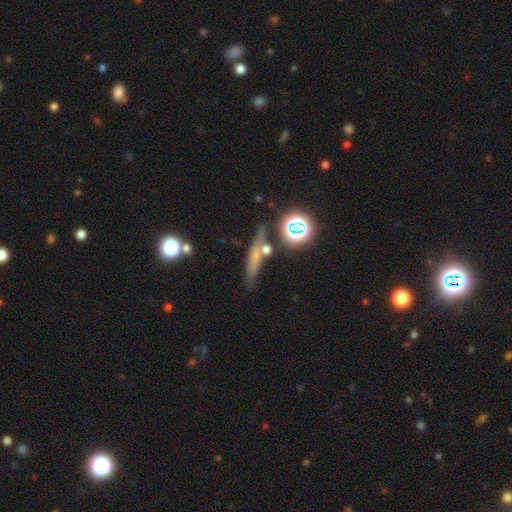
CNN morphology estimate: A smooth galaxy with no disk features (48%).

Vote fractions:
- Smooth or featured? smooth: 48% / featured or disk: 33% / star or artifact: 20%
- Merging? none: 70% / minor disturbance: 15% / merger: 10% / major disturbance: 5%